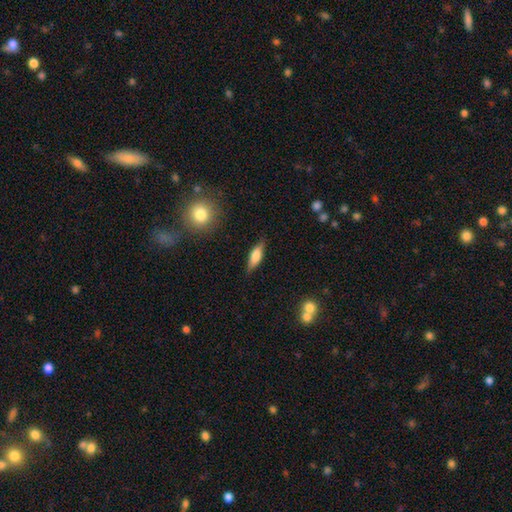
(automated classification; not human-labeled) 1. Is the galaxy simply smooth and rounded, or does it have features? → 70% smooth, 23% featured or disk, 7% star or artifact.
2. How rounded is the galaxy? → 50% in between, 47% cigar-shaped, 3% round.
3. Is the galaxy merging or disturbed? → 83% none, 13% minor disturbance, 3% major disturbance, 2% merger.